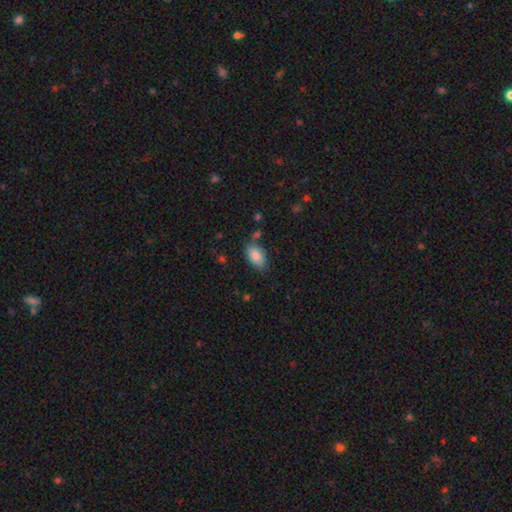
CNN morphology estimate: Smooth or featured?
  - smooth: 86% *
  - star or artifact: 7%
  - featured or disk: 7%
How rounded?
  - in between: 93% *
  - round: 4%
  - cigar-shaped: 2%
Merging?
  - none: 73% *
  - minor disturbance: 17%
  - merger: 6%
  - major disturbance: 4%